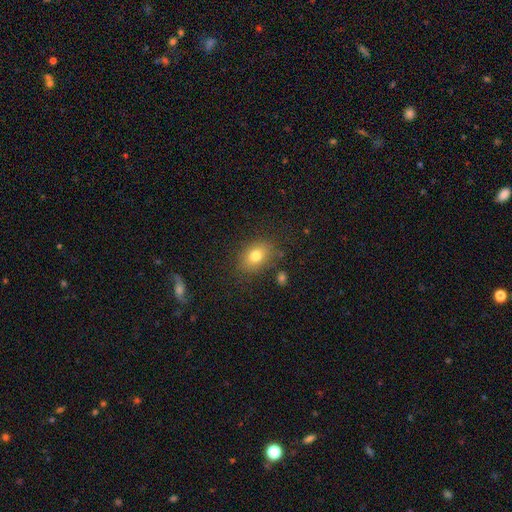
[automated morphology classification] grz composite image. It shows a smooth galaxy with no disk features (78%) that is in between round and cigar-shaped (71%). Merging: none (80%).